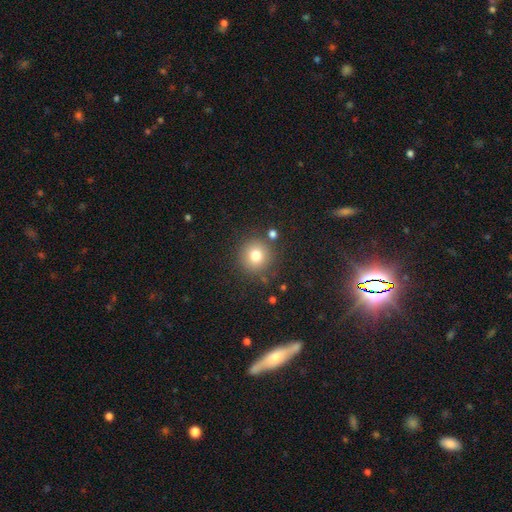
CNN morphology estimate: A smooth galaxy with no disk features (78%) that is round (93%).

Vote fractions:
- Smooth or featured? smooth: 78% / star or artifact: 13% / featured or disk: 9%
- How rounded? round: 93% / in between: 6% / cigar-shaped: 1%
- Merging? none: 84% / minor disturbance: 8% / merger: 4% / major disturbance: 3%